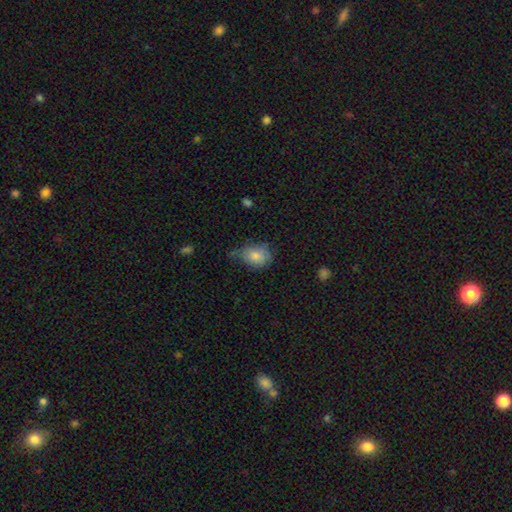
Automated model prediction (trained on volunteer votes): Morphology: type=smooth (79%); roundness=in between (67%); merging=none (50%).